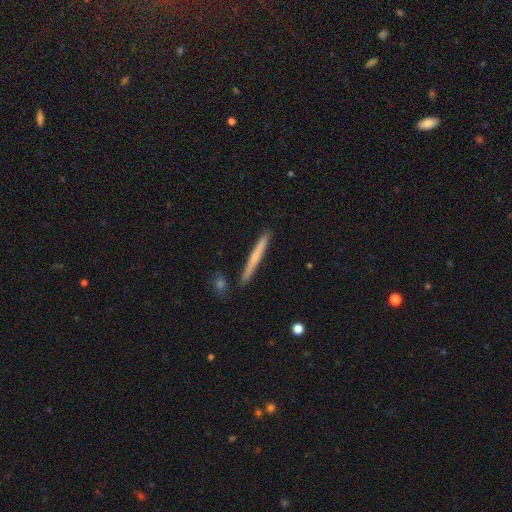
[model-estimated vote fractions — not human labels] Morphology: type=smooth (56%); roundness=cigar-shaped (97%); merging=none (90%).